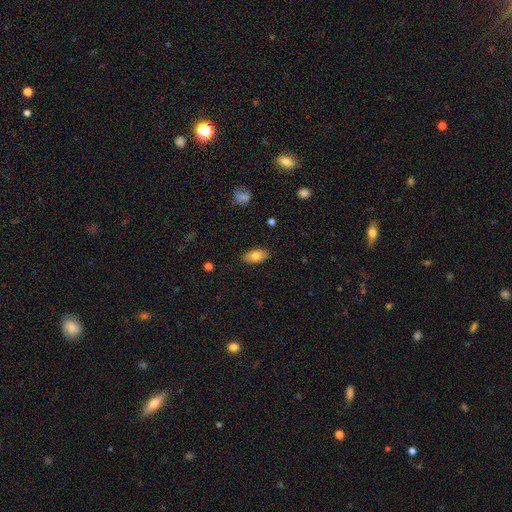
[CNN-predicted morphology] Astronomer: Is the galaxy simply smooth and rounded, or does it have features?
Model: smooth — 79%.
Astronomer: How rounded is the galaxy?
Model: in between — 91%.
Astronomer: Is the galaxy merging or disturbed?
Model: none — 86%.